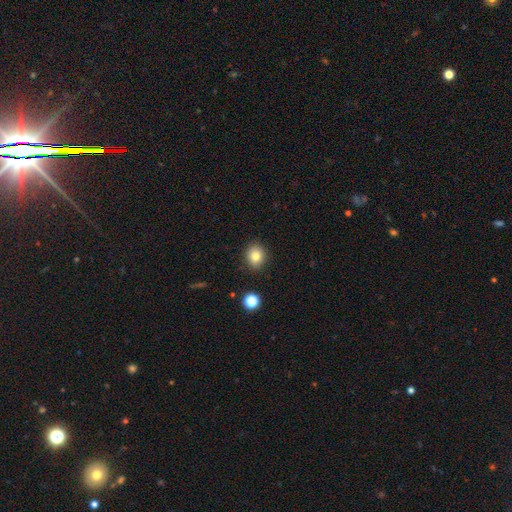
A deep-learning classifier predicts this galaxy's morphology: smooth-or-featured: smooth: 80% | star or artifact: 11% | featured or disk: 8%
  how-rounded: round: 73% | in between: 26% | cigar-shaped: 1%
  merging: none: 88% | minor disturbance: 8% | major disturbance: 2% | merger: 2%